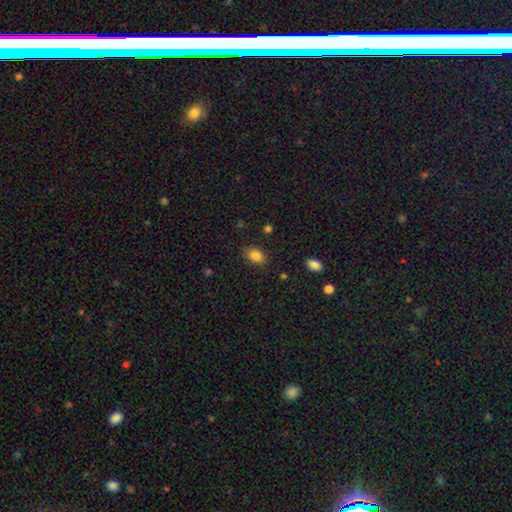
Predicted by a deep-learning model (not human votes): Smooth or featured? Predicted: smooth (p=0.85). How rounded? Predicted: in between (p=0.78). Merging? Predicted: none (p=0.81).